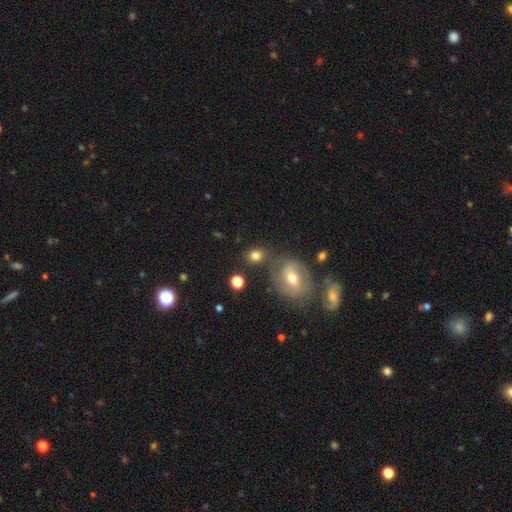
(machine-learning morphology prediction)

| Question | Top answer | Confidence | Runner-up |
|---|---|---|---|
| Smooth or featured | smooth | 79% | featured or disk (11%) |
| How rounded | round | 55% | in between (44%) |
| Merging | none | 67% | minor disturbance (14%) |